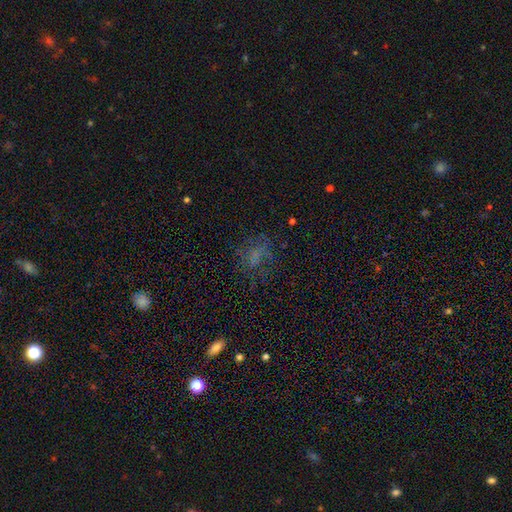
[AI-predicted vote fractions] Q: Smooth or featured?
A: smooth (41%); runner-up: featured or disk (32%)
Q: Merging?
A: none (56%); runner-up: major disturbance (24%)